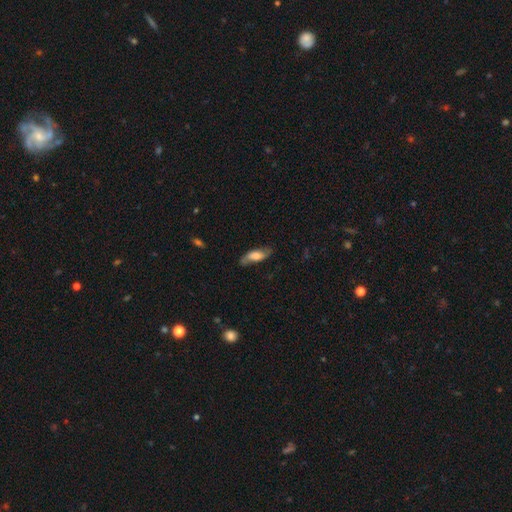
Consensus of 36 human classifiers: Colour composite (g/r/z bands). It shows a smooth galaxy with no disk features (53%) that is in between round and cigar-shaped (63%). Merging: none (65%).